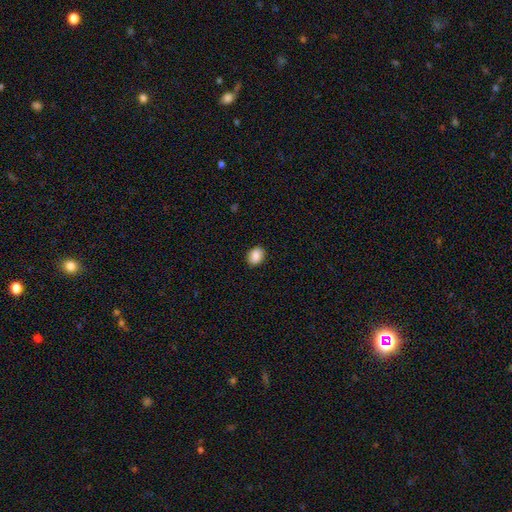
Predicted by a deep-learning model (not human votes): Overall: smooth (89%). How rounded: in between (59%; round 40%). Merging: none (89%).